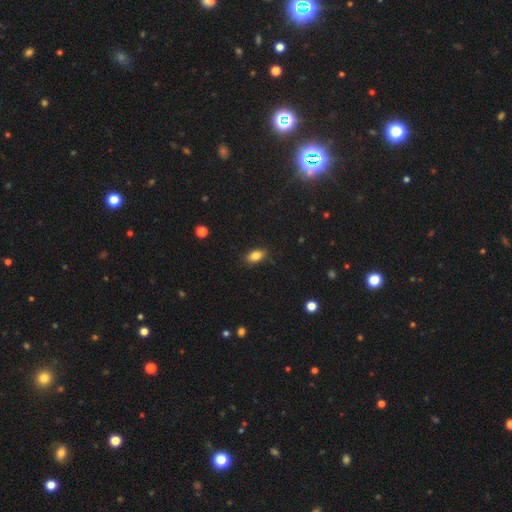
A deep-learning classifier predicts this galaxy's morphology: This appears to be a smooth galaxy with no disk features (83%) that is in between round and cigar-shaped (87%). Merging: none (87%).